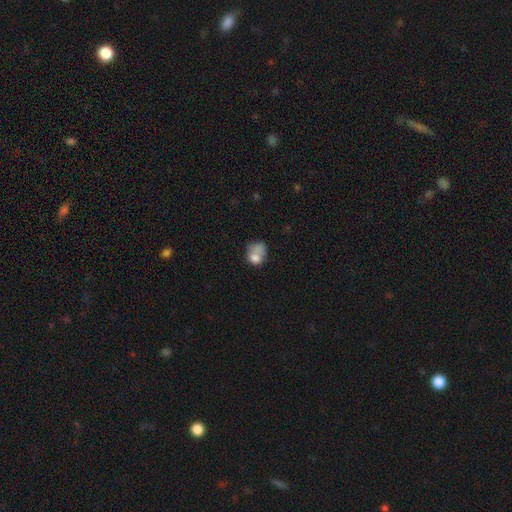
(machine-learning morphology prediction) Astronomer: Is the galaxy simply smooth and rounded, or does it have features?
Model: smooth — 71%.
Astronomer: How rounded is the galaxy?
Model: in between — 51% (runner-up: round, 48%).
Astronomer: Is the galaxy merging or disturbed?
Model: merger — 43% (runner-up: none, 24%).